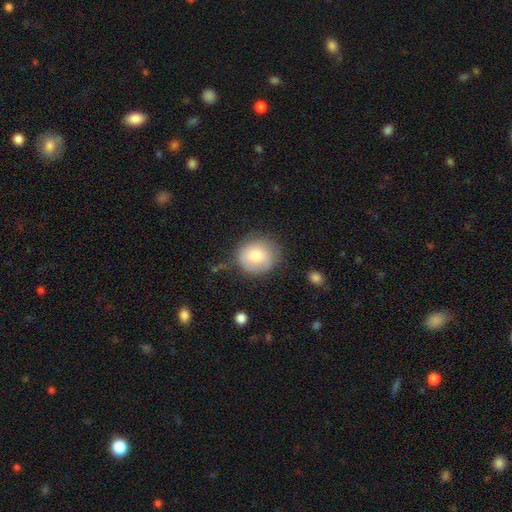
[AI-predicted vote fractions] smooth 77%, featured or disk 16%, star or artifact 7%. Down the decision tree: how rounded — round (82%); merging — none (72%).